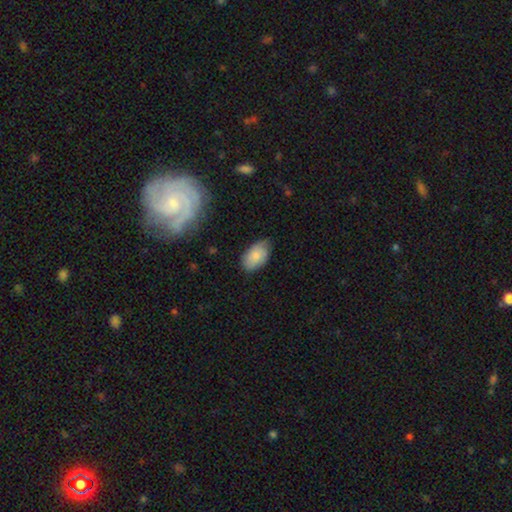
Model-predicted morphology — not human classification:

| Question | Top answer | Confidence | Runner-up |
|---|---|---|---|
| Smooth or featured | smooth | 75% | featured or disk (18%) |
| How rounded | in between | 92% | round (6%) |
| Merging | none | 66% | minor disturbance (28%) |